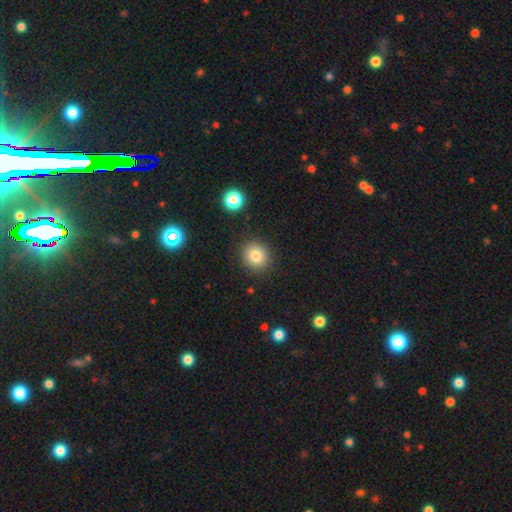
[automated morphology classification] Overall: smooth (82%). How rounded: round (81%). Merging: none (88%).